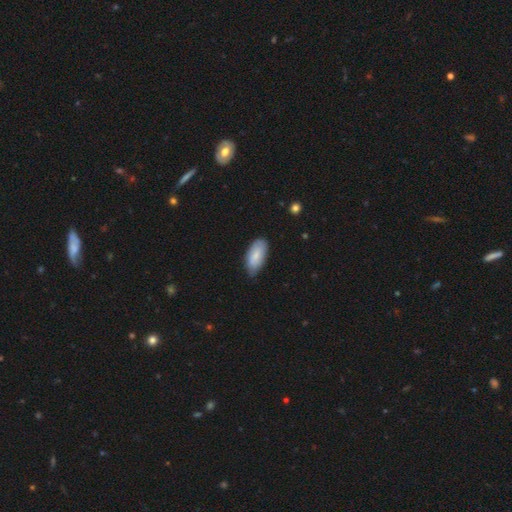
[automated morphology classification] A smooth galaxy with no disk features (78%) that is in between round and cigar-shaped (92%).

Vote fractions:
- Smooth or featured? smooth: 78% / featured or disk: 16% / star or artifact: 6%
- How rounded? in between: 92% / cigar-shaped: 6% / round: 2%
- Merging? none: 69% / minor disturbance: 26% / major disturbance: 3% / merger: 1%